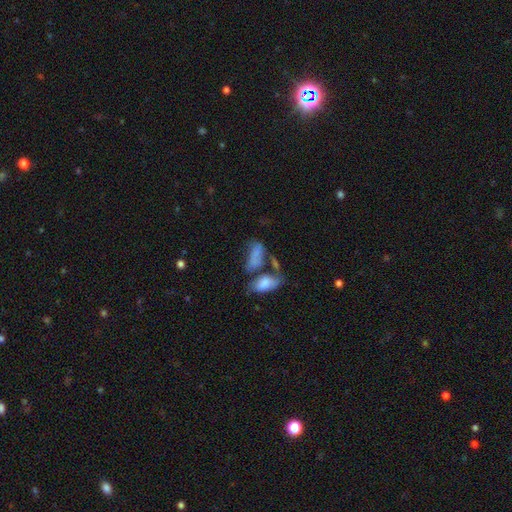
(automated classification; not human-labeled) smooth 69%, featured or disk 22%, star or artifact 10%. Down the decision tree: how rounded — in between (87%); merging — merger (40%).